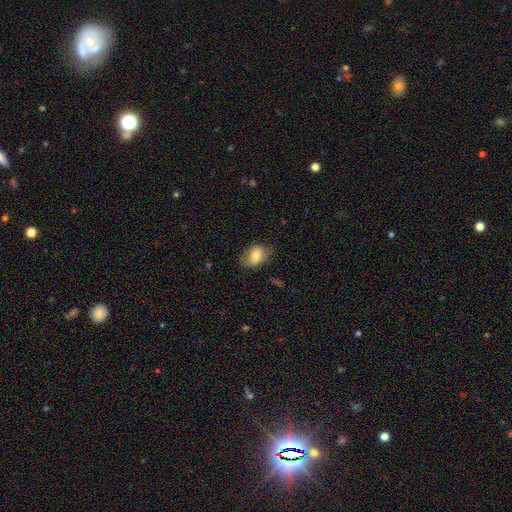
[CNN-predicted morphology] Smooth or featured: smooth — 73% (featured or disk — 19%)
How rounded: in between — 80% (round — 19%)
Merging: none — 67% (minor disturbance — 24%)